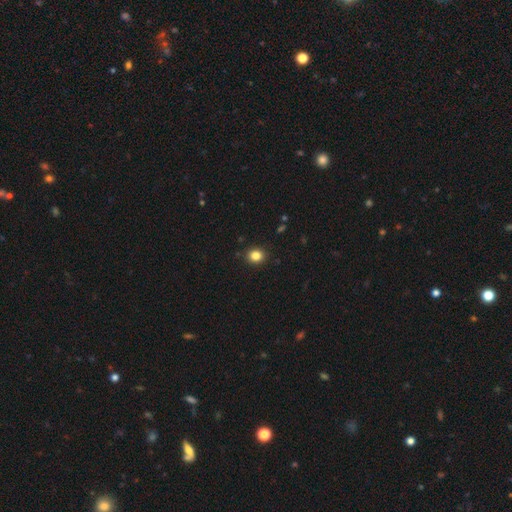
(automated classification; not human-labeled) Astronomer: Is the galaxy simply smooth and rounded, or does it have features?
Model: smooth — 83%.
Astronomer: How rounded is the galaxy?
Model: round — 72%.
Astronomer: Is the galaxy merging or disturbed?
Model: none — 90%.